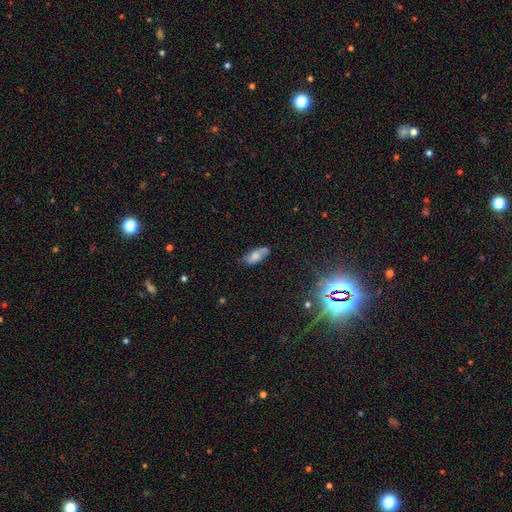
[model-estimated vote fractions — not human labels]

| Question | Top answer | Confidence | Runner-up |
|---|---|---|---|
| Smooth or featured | smooth | 66% | featured or disk (25%) |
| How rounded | in between | 84% | cigar-shaped (13%) |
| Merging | none | 67% | minor disturbance (25%) |